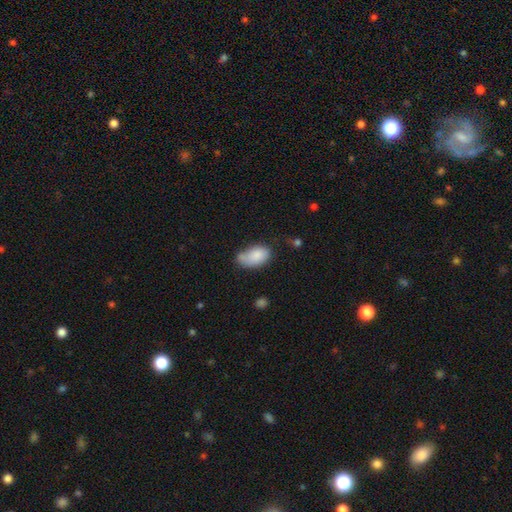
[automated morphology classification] smooth-or-featured: smooth: 83% | featured or disk: 10% | star or artifact: 7%
  how-rounded: in between: 93% | round: 5% | cigar-shaped: 2%
  merging: none: 44% | minor disturbance: 34% | major disturbance: 12% | merger: 10%